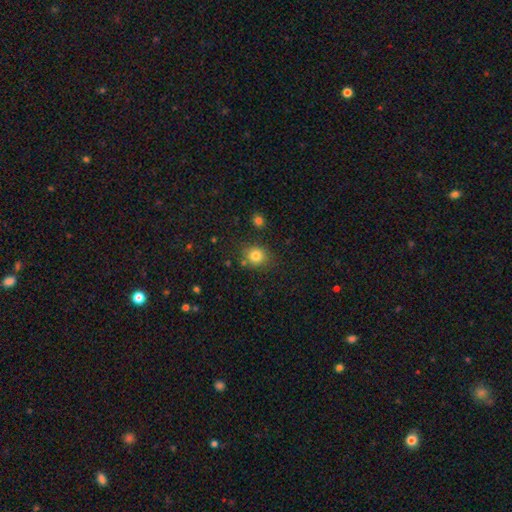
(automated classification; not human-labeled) The model was most divided on "how rounded": round: 80%, in between: 19%, cigar-shaped: 1%. More confident: smooth or featured — smooth (82%); merging — none (80%).